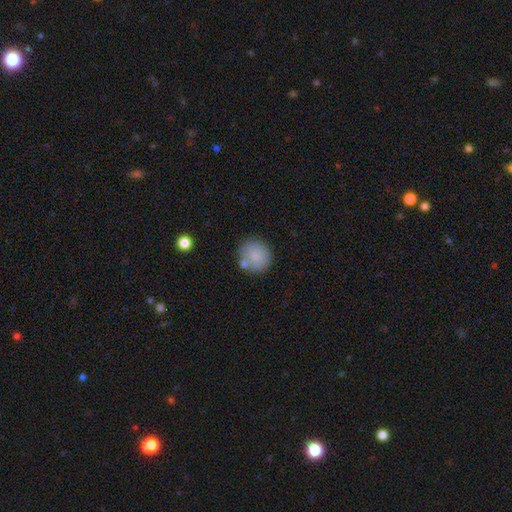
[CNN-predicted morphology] Smooth or featured?
  - smooth: 84% *
  - featured or disk: 8%
  - star or artifact: 8%
How rounded?
  - round: 88% *
  - in between: 11%
  - cigar-shaped: 1%
Merging?
  - none: 75% *
  - minor disturbance: 12%
  - merger: 10%
  - major disturbance: 3%